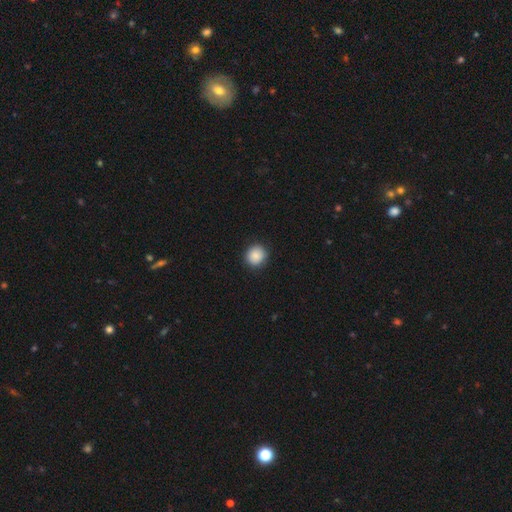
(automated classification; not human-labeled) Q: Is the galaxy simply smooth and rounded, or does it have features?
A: smooth — 89%.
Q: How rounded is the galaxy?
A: round — 89%.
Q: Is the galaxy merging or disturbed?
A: none — 90%.